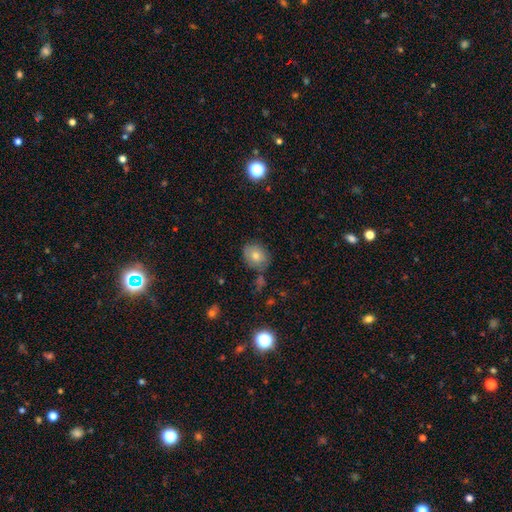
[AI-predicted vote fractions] Smooth or featured?
  - smooth: 77% *
  - featured or disk: 14%
  - star or artifact: 9%
How rounded?
  - round: 63% *
  - in between: 36%
  - cigar-shaped: 1%
Merging?
  - none: 72% *
  - minor disturbance: 17%
  - merger: 8%
  - major disturbance: 4%